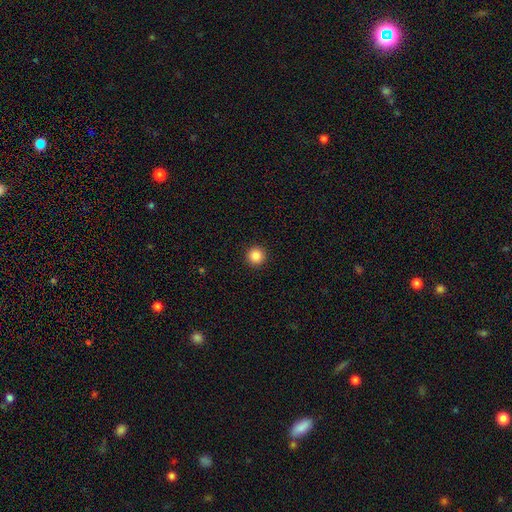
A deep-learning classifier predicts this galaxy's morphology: This appears to be a smooth galaxy with no disk features (86%) that is round (96%). Merging: none (93%).